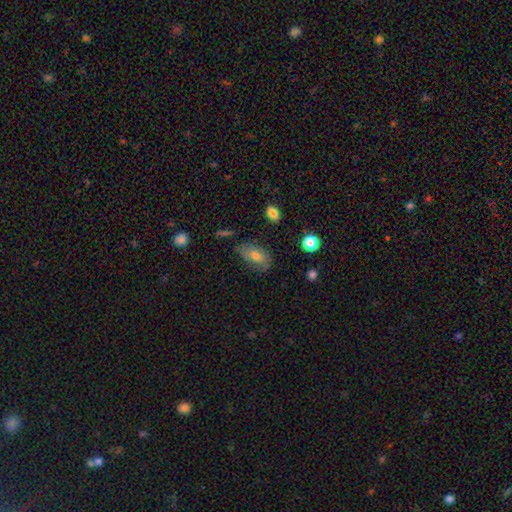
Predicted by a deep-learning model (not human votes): Overall: smooth (62%; featured or disk 26%). How rounded: in between (88%). Merging: none (67%).